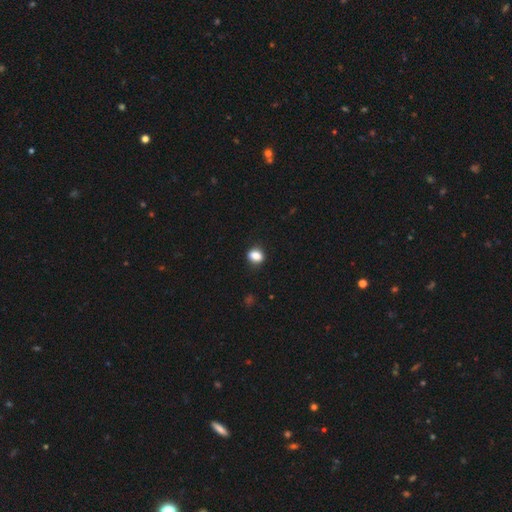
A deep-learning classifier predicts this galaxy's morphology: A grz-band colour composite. It shows a smooth galaxy with no disk features (85%) that is in between round and cigar-shaped (61%). Merging: none (83%).